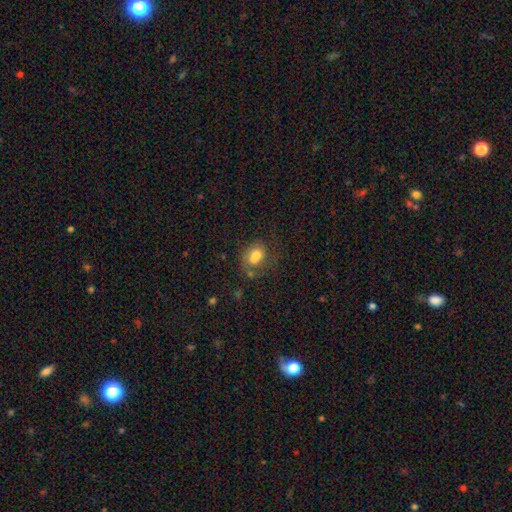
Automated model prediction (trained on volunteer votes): smooth 67%, featured or disk 22%, star or artifact 12%. Down the decision tree: how rounded — in between (66%); merging — none (44%).